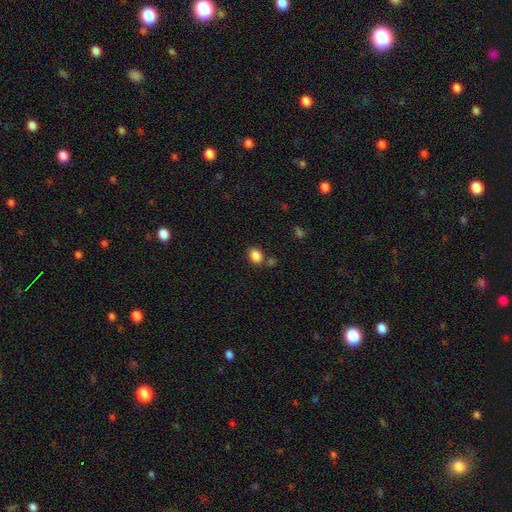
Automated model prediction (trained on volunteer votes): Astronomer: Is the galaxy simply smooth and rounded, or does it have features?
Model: smooth — 86%.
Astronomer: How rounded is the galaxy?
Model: in between — 60% (runner-up: round, 39%).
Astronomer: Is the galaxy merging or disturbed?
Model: none — 72%.